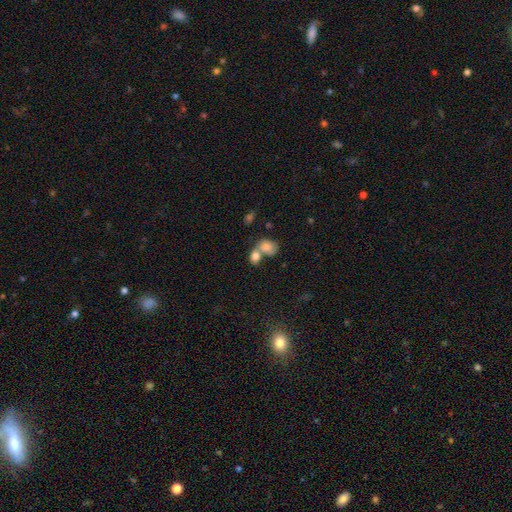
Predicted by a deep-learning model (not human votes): Overall: smooth (80%). How rounded: in between (61%; round 37%). Merging: merger (60%; none 28%).